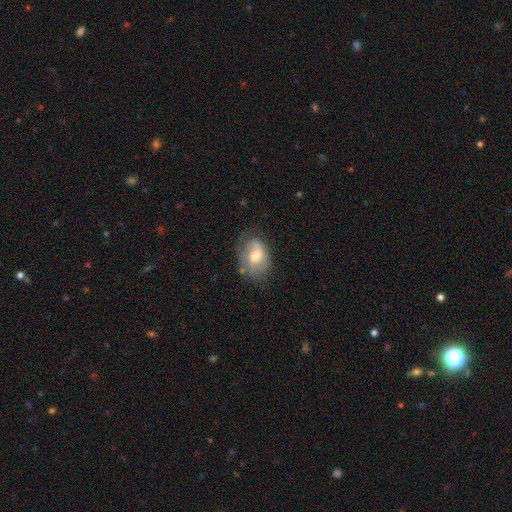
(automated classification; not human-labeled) The model was most divided on "smooth or featured": featured or disk: 50%, smooth: 43%, star or artifact: 8%. More confident: merging — none (57%).